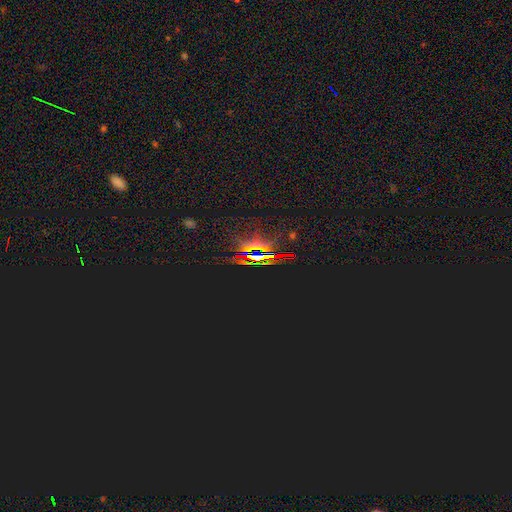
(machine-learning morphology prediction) Smooth or featured? star or artifact (82%)